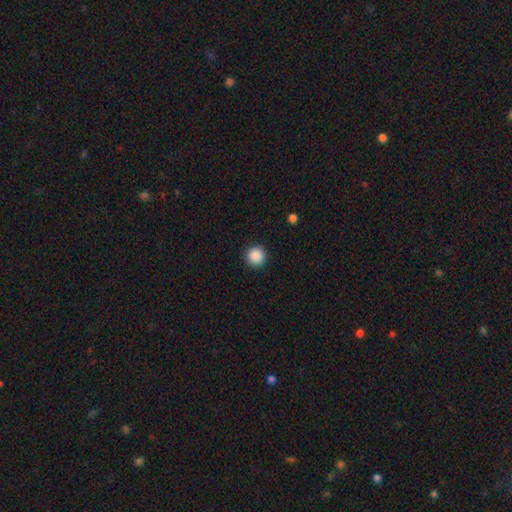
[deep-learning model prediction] smooth_or_featured: smooth (p=0.88) [alt: star or artifact p=0.09]
how_rounded: round (p=0.96) [alt: in between p=0.03]
merging: none (p=0.93) [alt: minor disturbance p=0.05]